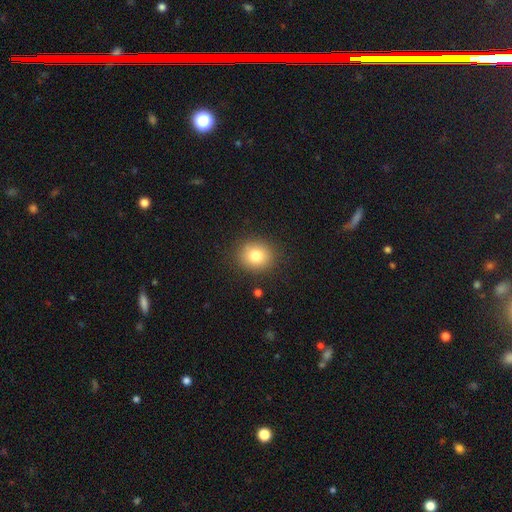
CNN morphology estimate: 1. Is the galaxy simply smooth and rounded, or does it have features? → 80% smooth, 11% star or artifact, 9% featured or disk.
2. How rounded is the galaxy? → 74% round, 26% in between, 1% cigar-shaped.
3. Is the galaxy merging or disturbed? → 88% none, 8% minor disturbance, 3% major disturbance, 1% merger.